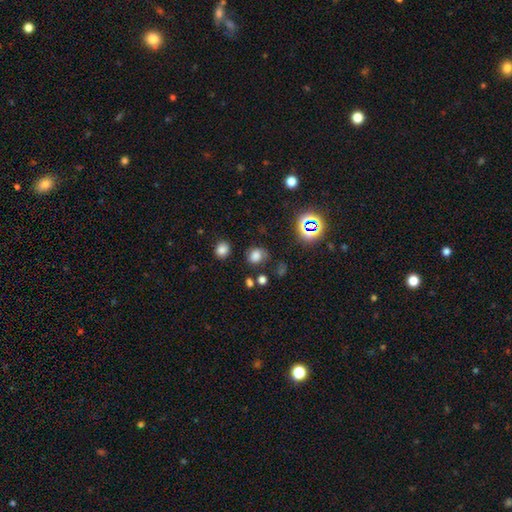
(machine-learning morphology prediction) This appears to be a smooth galaxy with no disk features (71%) that is round (66%). Merging: none (67%).